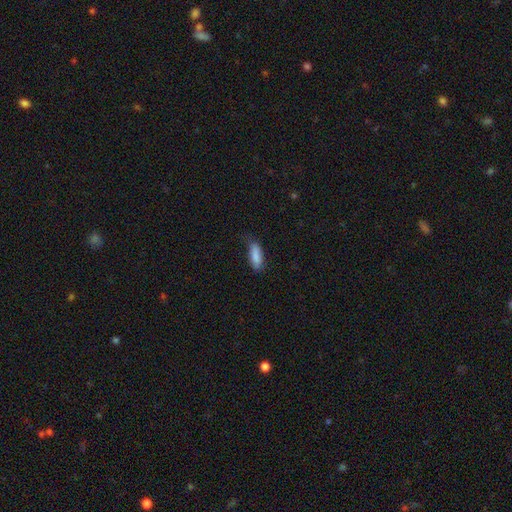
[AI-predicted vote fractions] Overall: smooth (86%). How rounded: in between (68%; cigar-shaped 30%). Merging: none (64%; minor disturbance 28%).